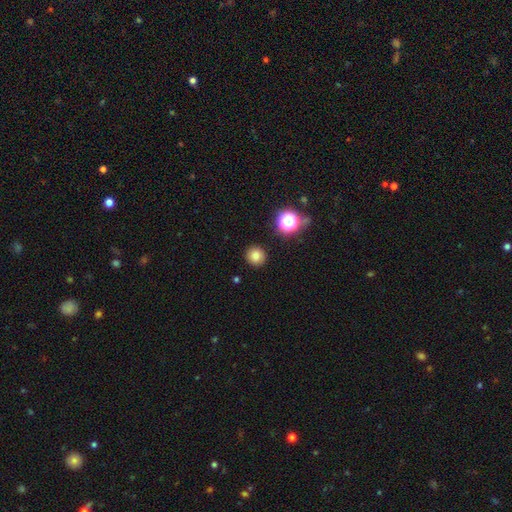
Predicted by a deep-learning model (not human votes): A smooth galaxy with no disk features (78%) that is round (92%).

Vote fractions:
- Smooth or featured? smooth: 78% / star or artifact: 15% / featured or disk: 7%
- How rounded? round: 92% / in between: 7% / cigar-shaped: 1%
- Merging? none: 90% / minor disturbance: 6% / major disturbance: 2% / merger: 2%